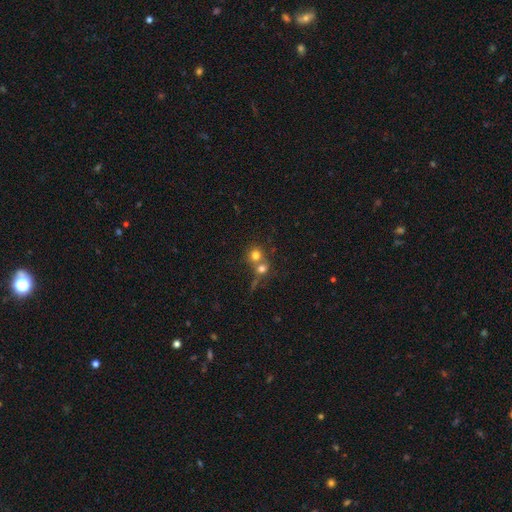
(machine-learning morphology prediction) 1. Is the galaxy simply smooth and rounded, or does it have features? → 73% smooth, 14% star or artifact, 13% featured or disk.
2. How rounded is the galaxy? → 85% round, 14% in between, 1% cigar-shaped.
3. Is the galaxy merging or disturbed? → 53% merger, 38% none, 6% minor disturbance, 3% major disturbance.